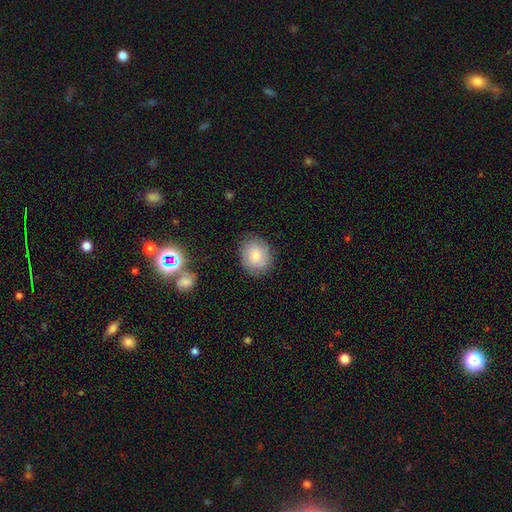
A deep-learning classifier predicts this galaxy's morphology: type=smooth (74%); roundness=round (65%); merging=none (84%).